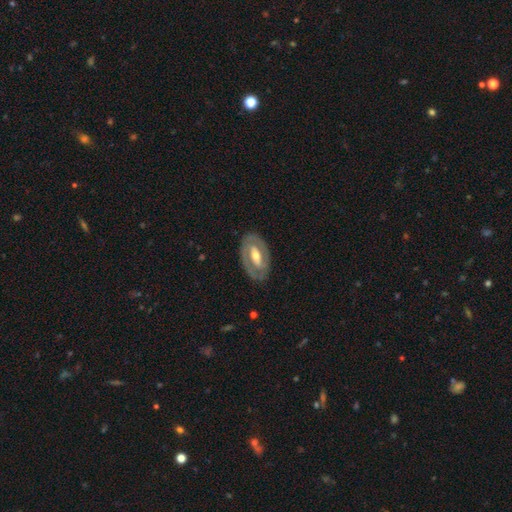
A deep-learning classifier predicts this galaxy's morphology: Smooth or featured: featured or disk — 71% (smooth — 25%)
Edge-on disk: no — 91% (yes — 9%)
Bar: weak — 34% (tied with strong — 34%)
Spiral arms: no — 57% (yes — 43%)
Bulge size: moderate — 65% (small — 20%)
Merging: none — 82% (minor disturbance — 12%)